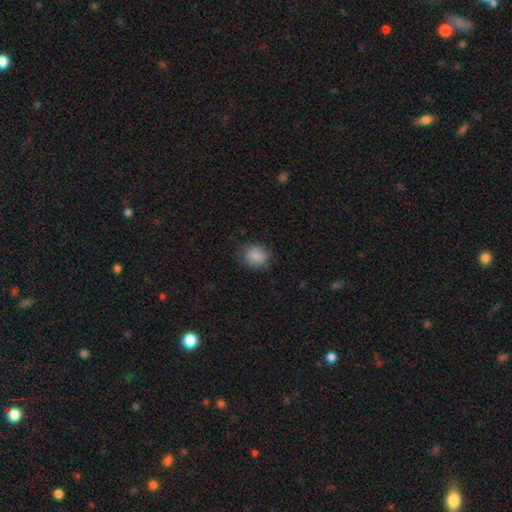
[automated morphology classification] This appears to be a smooth galaxy with no disk features (85%) that is round (60%). Merging: none (74%).